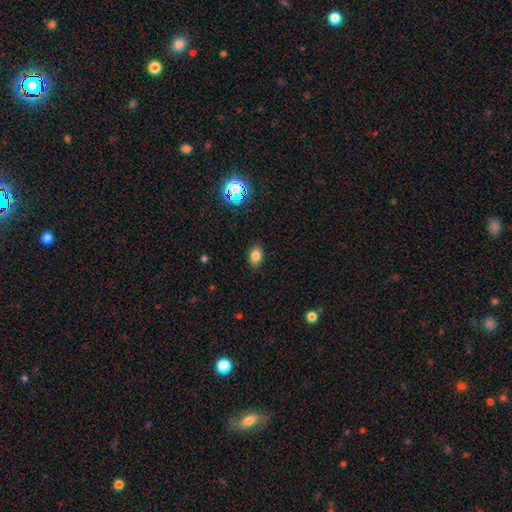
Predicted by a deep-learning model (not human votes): Smooth or featured: smooth — 81% (star or artifact — 12%)
How rounded: in between — 81% (round — 17%)
Merging: none — 87% (minor disturbance — 10%)